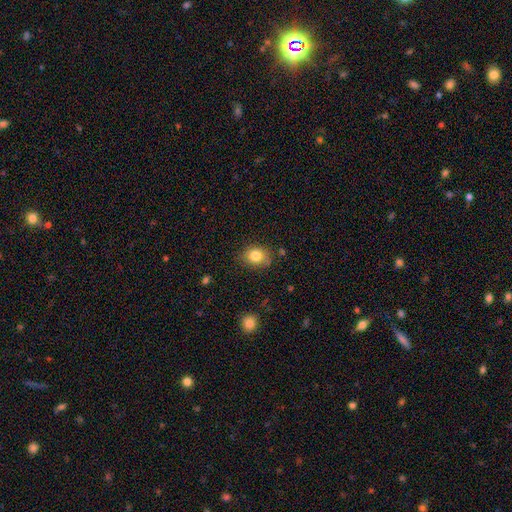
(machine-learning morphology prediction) smooth 82%, star or artifact 10%, featured or disk 7%. Down the decision tree: how rounded — round (60%); merging — none (77%).